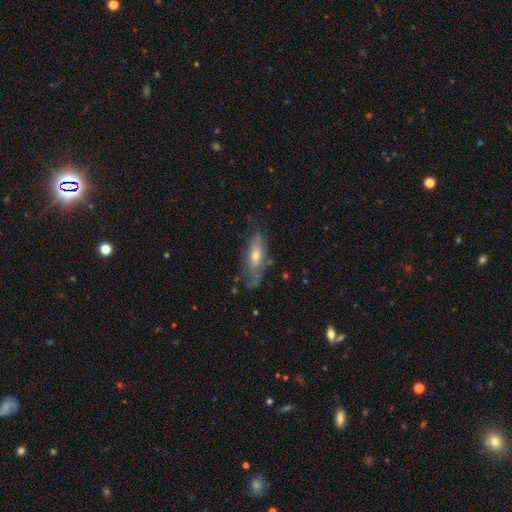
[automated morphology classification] Smooth or featured?
  - featured or disk: 48% *
  - smooth: 45%
  - star or artifact: 7%
Merging?
  - none: 59% *
  - minor disturbance: 28%
  - major disturbance: 10%
  - merger: 3%